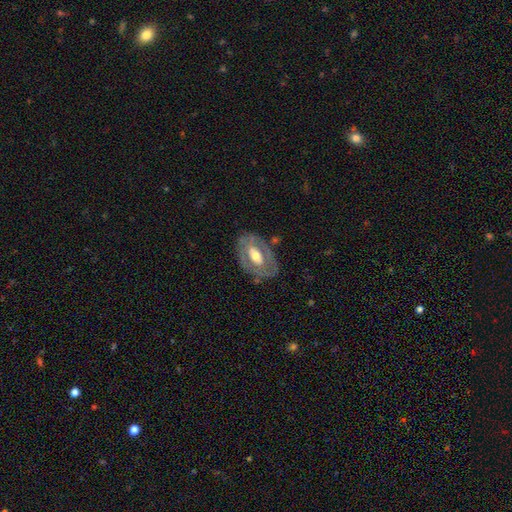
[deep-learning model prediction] Q: Smooth or featured?
A: featured or disk (63%); runner-up: smooth (32%)
Q: Edge-on disk?
A: no (91%); runner-up: yes (9%)
Q: Bar?
A: no (53%); runner-up: weak (29%)
Q: Spiral arms?
A: no (72%); runner-up: yes (28%)
Q: Bulge size?
A: moderate (62%); runner-up: large (21%)
Q: Merging?
A: none (73%); runner-up: minor disturbance (18%)